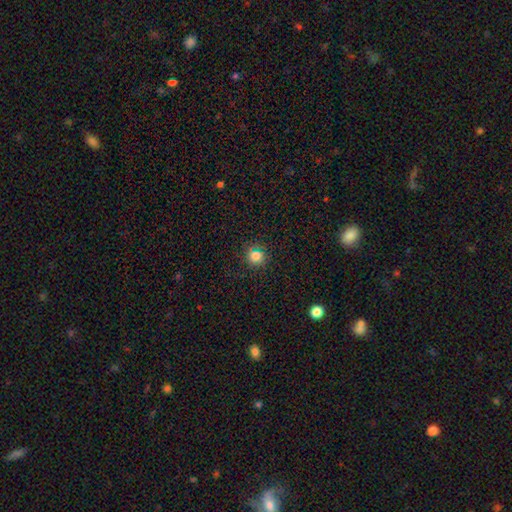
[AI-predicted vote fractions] Smooth or featured: smooth — 78% (star or artifact — 15%)
How rounded: round — 94% (in between — 5%)
Merging: none — 87% (minor disturbance — 8%)